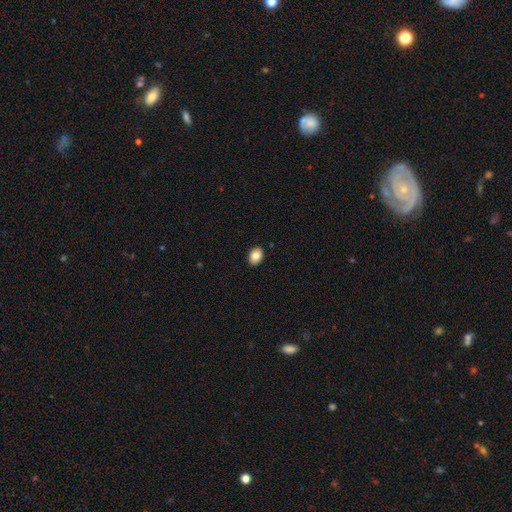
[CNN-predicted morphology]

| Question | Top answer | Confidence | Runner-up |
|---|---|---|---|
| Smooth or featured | smooth | 85% | star or artifact (8%) |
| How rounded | in between | 71% | round (28%) |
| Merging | none | 90% | minor disturbance (7%) |